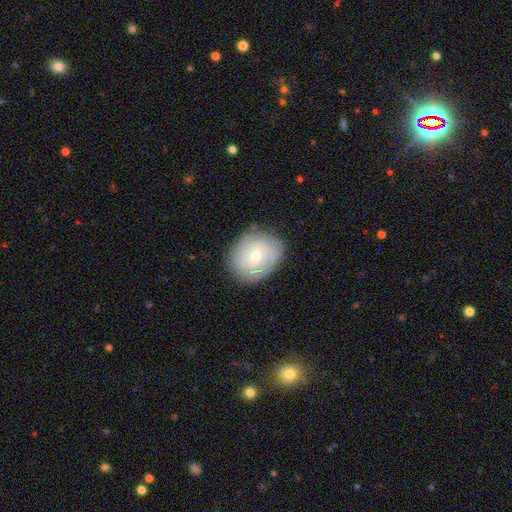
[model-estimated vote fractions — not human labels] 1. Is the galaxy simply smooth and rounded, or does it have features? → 52% featured or disk, 40% smooth, 8% star or artifact.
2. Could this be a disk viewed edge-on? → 96% no, 4% yes.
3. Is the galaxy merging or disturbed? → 80% none, 15% minor disturbance, 4% major disturbance, 1% merger.